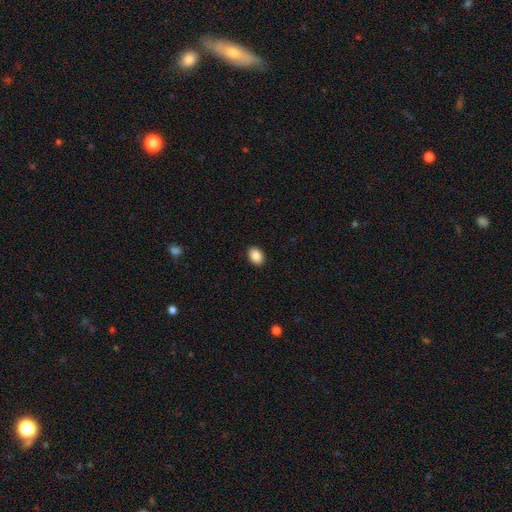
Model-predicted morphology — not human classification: The model was most divided on "how rounded": in between: 76%, round: 23%, cigar-shaped: 1%. More confident: merging — none (91%); smooth or featured — smooth (88%).